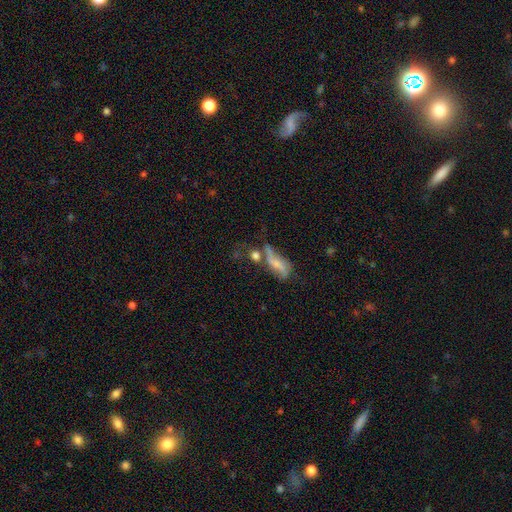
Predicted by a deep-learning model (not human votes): Morphology: type=smooth (43%); merging=merger (33%).